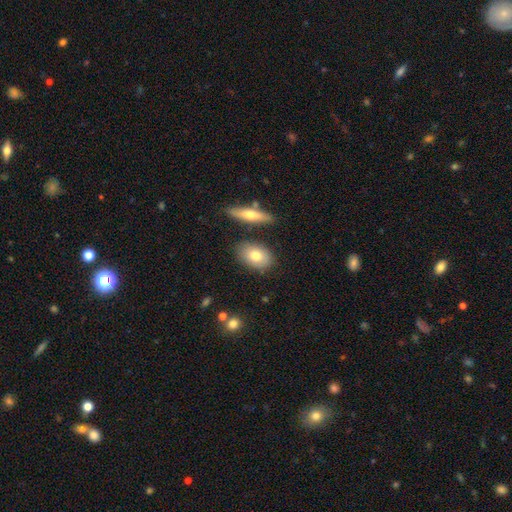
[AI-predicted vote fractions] Morphology: type=smooth (74%); roundness=in between (83%); merging=none (77%).